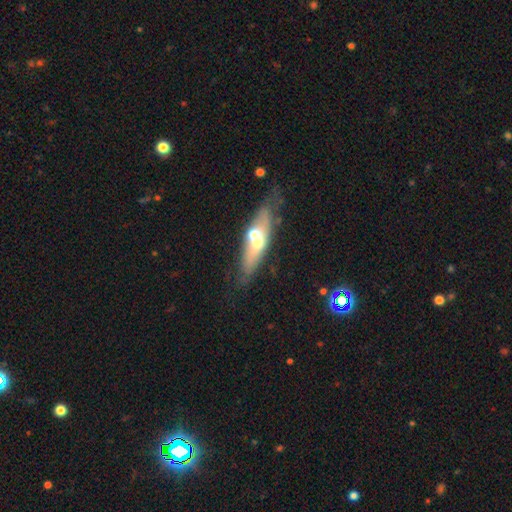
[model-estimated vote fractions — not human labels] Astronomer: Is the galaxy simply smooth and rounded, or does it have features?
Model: featured or disk — 55% (runner-up: smooth, 36%).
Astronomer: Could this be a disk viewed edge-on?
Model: yes — 57% (runner-up: no, 43%).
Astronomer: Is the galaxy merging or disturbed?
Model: none — 60%.